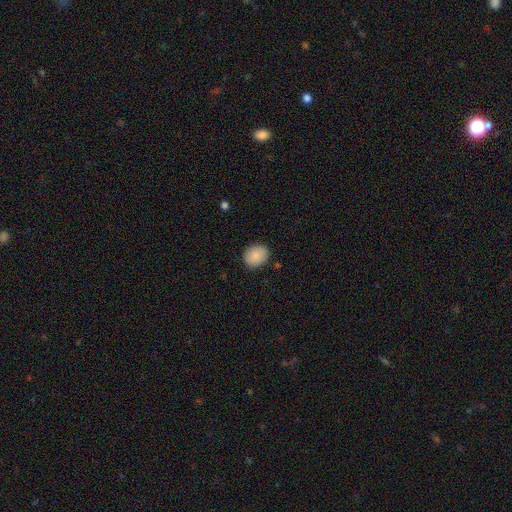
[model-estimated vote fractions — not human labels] smooth-or-featured: smooth: 87% | star or artifact: 7% | featured or disk: 6%
  how-rounded: round: 62% | in between: 38% | cigar-shaped: 1%
  merging: none: 87% | minor disturbance: 9% | major disturbance: 2% | merger: 1%